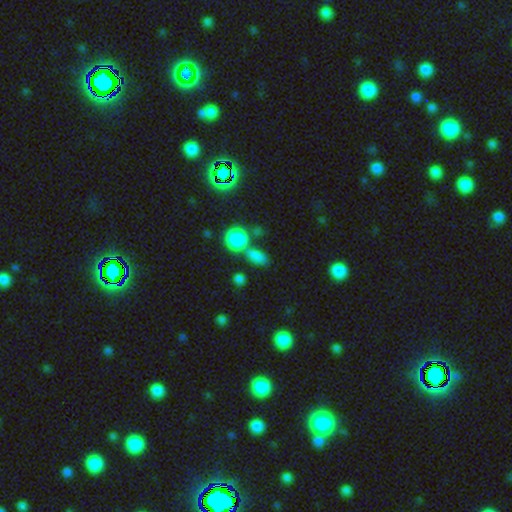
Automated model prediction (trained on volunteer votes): This is likely a smooth galaxy (78%). How rounded: likely in between (71%). Merging: possibly none (57%).